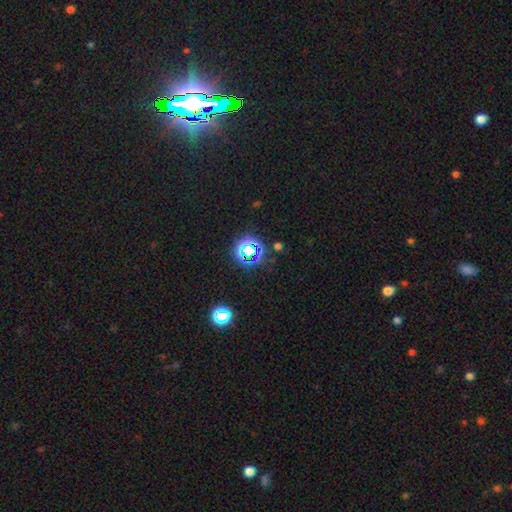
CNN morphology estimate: A star or artifact, not a galaxy (71%).